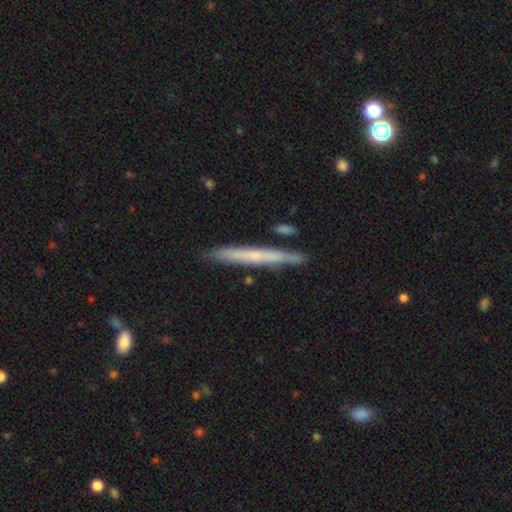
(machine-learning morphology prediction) smooth 48%, featured or disk 46%, star or artifact 6%. Down the decision tree: merging — none (86%).